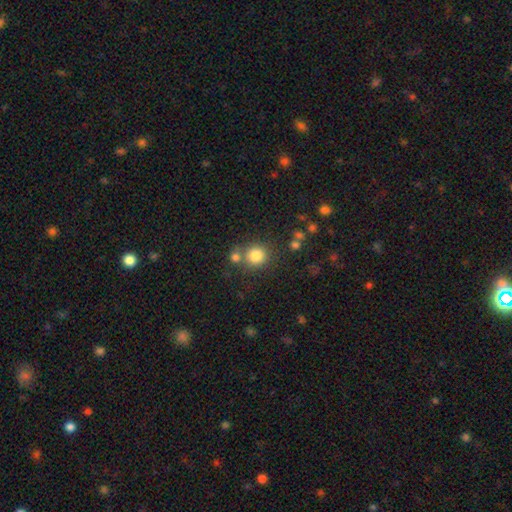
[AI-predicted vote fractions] Overall: smooth (82%). How rounded: round (89%). Merging: none (66%).